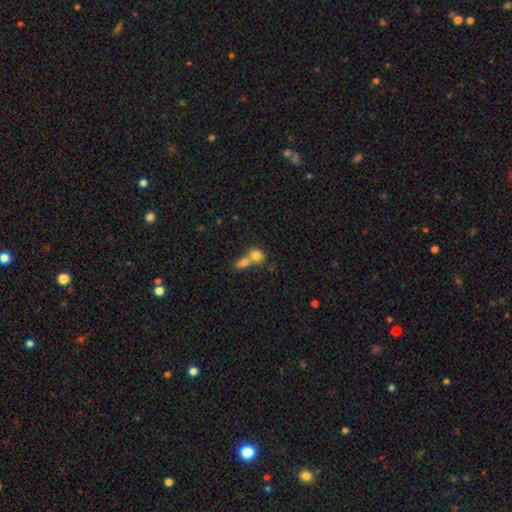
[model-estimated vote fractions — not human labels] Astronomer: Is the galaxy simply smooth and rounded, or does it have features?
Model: smooth — 79%.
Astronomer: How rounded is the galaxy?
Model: round — 51% (runner-up: in between, 47%).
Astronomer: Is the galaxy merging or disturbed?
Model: merger — 65%.